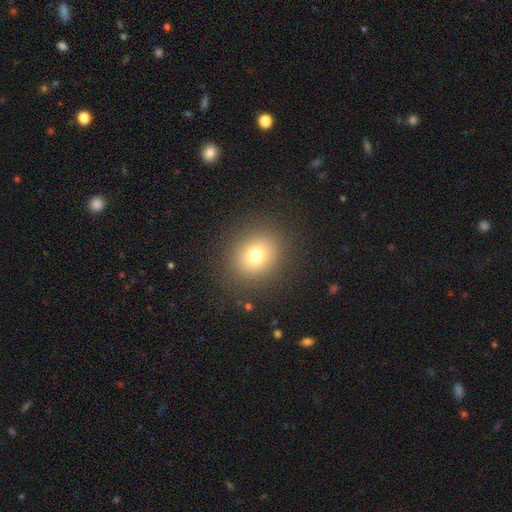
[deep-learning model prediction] Q: Smooth or featured?
A: smooth (75%); runner-up: star or artifact (15%)
Q: How rounded?
A: round (71%); runner-up: in between (28%)
Q: Merging?
A: none (88%); runner-up: minor disturbance (7%)